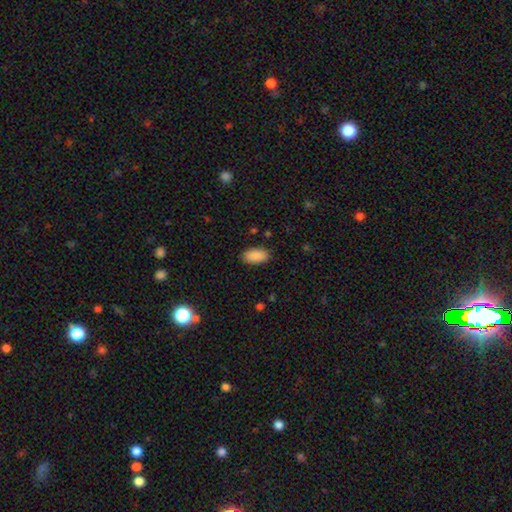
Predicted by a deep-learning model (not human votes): Smooth or featured: smooth — 90% (star or artifact — 7%)
How rounded: in between — 95% (round — 3%)
Merging: none — 87% (minor disturbance — 9%)